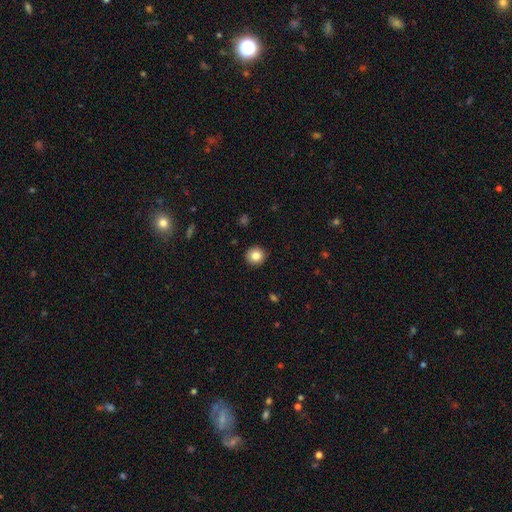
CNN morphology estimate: This is clearly a smooth galaxy (84%). How rounded: clearly round (93%). Merging: clearly none (92%).